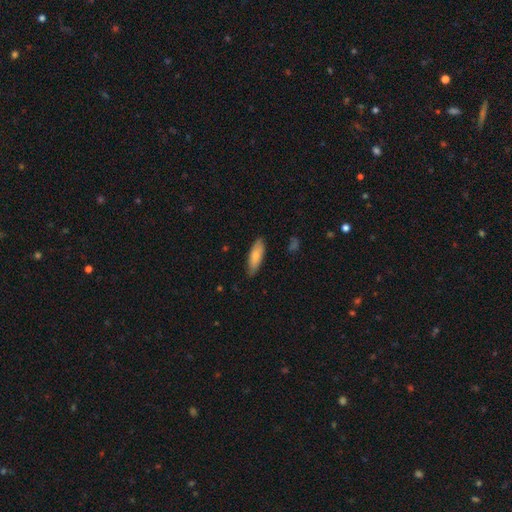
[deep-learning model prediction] Smooth or featured: smooth — 80% (featured or disk — 15%)
How rounded: in between — 57% (cigar-shaped — 41%)
Merging: none — 83% (minor disturbance — 14%)